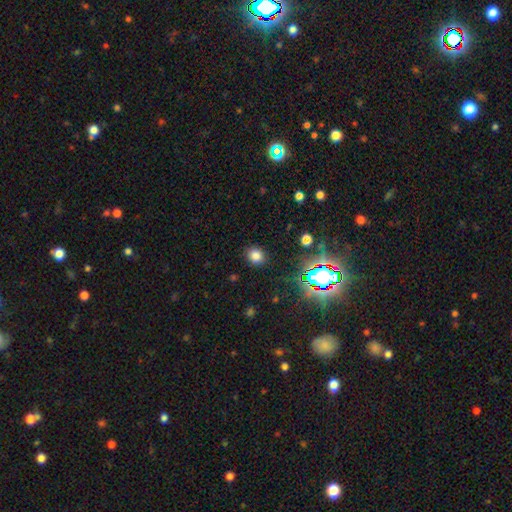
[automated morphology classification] Smooth or featured: smooth — 77% (star or artifact — 18%)
How rounded: round — 78% (in between — 21%)
Merging: none — 88% (minor disturbance — 8%)